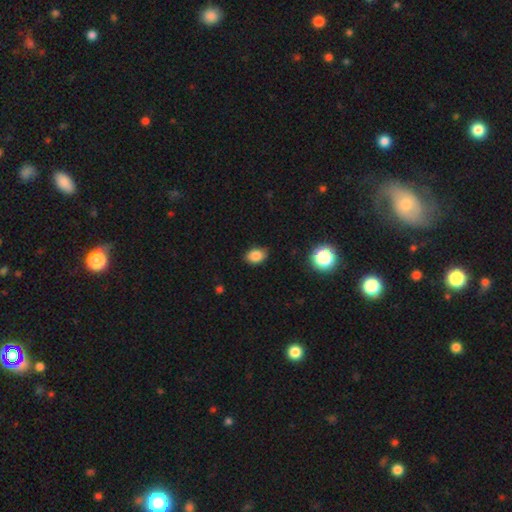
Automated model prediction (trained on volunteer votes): Q: Smooth or featured?
A: smooth (84%); runner-up: star or artifact (11%)
Q: How rounded?
A: in between (72%); runner-up: round (27%)
Q: Merging?
A: none (84%); runner-up: minor disturbance (12%)